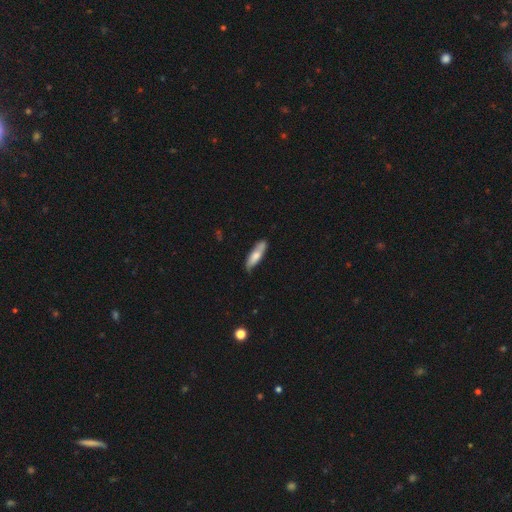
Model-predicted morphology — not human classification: type=smooth (64%); roundness=cigar-shaped (62%); merging=none (72%).